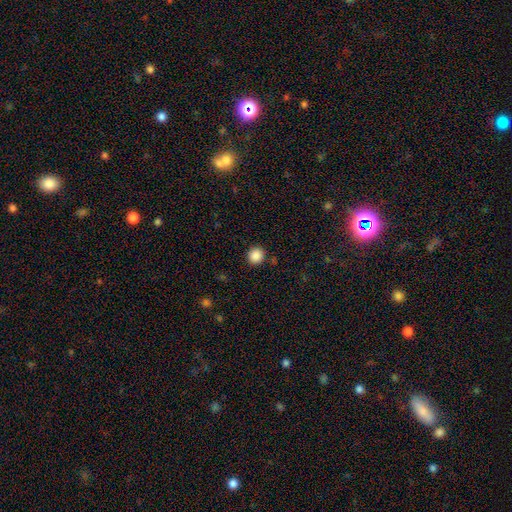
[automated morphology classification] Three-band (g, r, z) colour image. It shows a smooth galaxy with no disk features (88%) that is round (90%). Merging: none (91%).